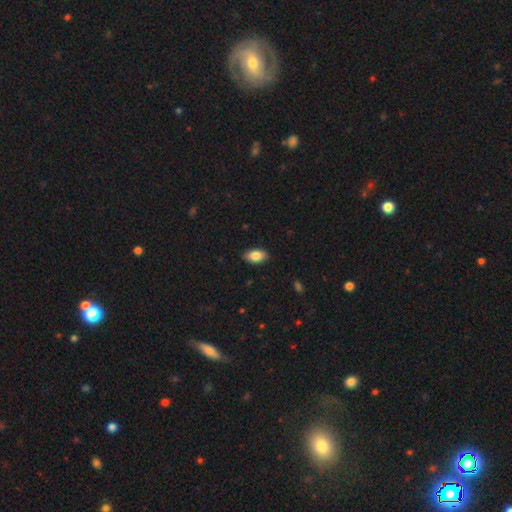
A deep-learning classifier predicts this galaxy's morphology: Overall: smooth (85%). How rounded: in between (92%). Merging: none (86%).